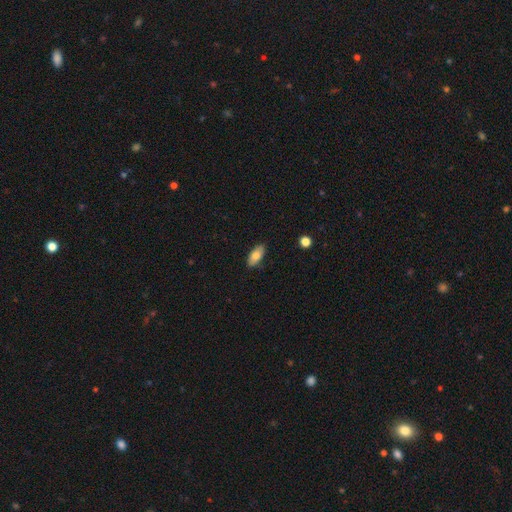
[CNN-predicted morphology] Q: Smooth or featured?
A: smooth (78%); runner-up: featured or disk (15%)
Q: How rounded?
A: in between (90%); runner-up: cigar-shaped (8%)
Q: Merging?
A: none (87%); runner-up: minor disturbance (10%)